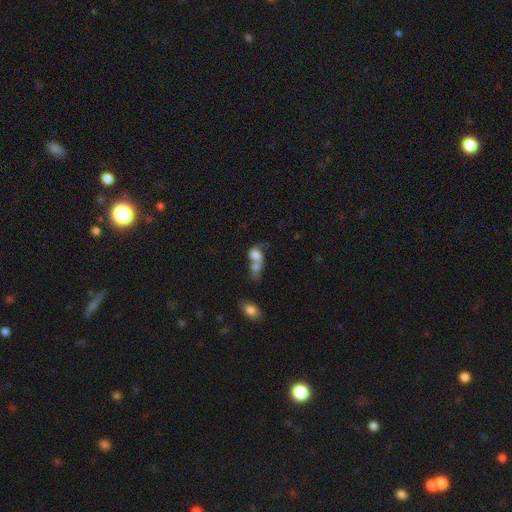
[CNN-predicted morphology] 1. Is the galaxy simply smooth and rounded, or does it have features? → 55% smooth, 33% featured or disk, 12% star or artifact.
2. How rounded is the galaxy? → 64% in between, 32% round, 4% cigar-shaped.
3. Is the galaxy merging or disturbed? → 68% merger, 12% major disturbance, 12% none, 7% minor disturbance.